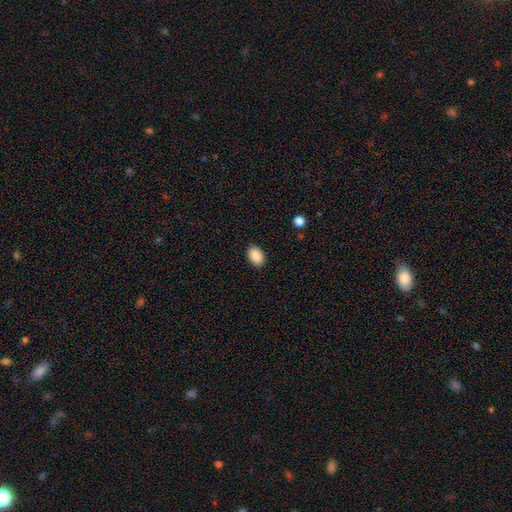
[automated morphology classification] Smooth or featured? Predicted: smooth (p=0.89). How rounded? Predicted: in between (p=0.86). Merging? Predicted: none (p=0.89).